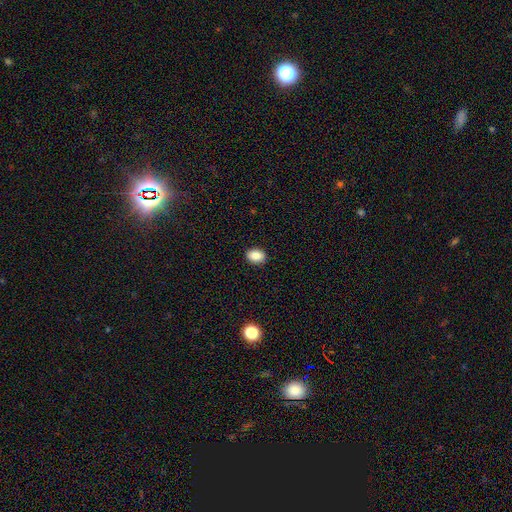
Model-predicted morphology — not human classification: smooth 88%, star or artifact 8%, featured or disk 4%. Down the decision tree: how rounded — in between (74%); merging — none (90%).